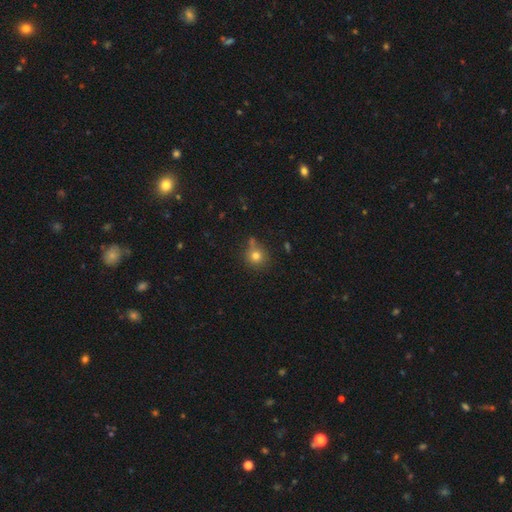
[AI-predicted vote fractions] This appears to be a smooth galaxy with no disk features (77%) that is round (89%). Merging: none (69%).